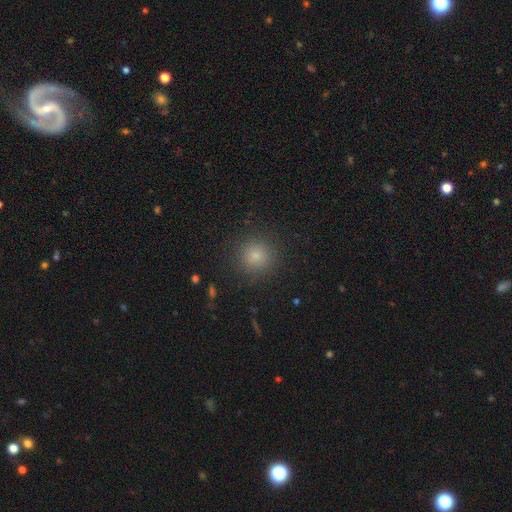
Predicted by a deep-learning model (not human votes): This is likely a smooth galaxy (80%). How rounded: clearly round (93%). Merging: clearly none (89%).